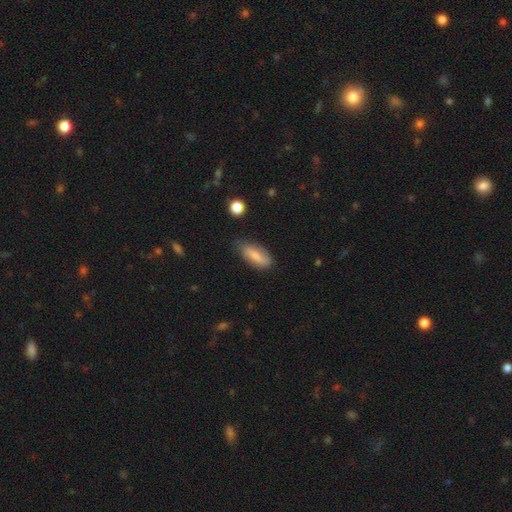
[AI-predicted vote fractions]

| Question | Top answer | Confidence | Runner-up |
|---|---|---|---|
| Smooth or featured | smooth | 72% | featured or disk (22%) |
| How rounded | in between | 75% | cigar-shaped (23%) |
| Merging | none | 68% | minor disturbance (25%) |